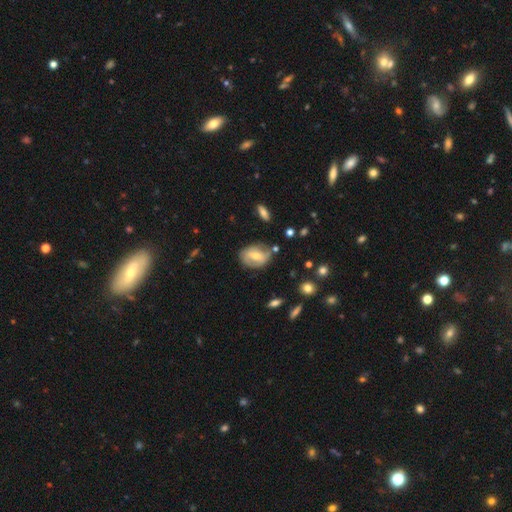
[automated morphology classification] smooth-or-featured: featured or disk: 50% | smooth: 42% | star or artifact: 8%
  disk-edge-on: no: 91% | yes: 9%
  merging: none: 65% | minor disturbance: 23% | major disturbance: 7% | merger: 4%